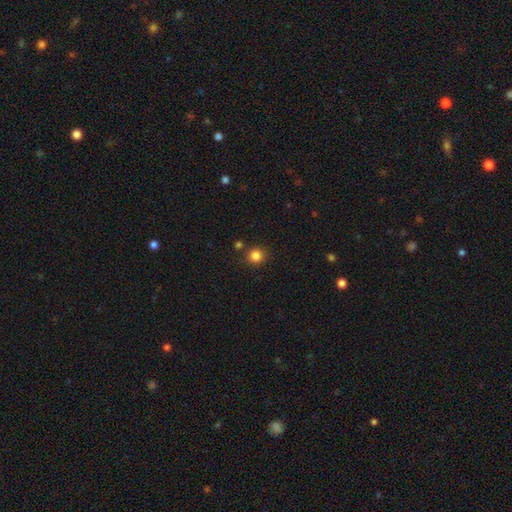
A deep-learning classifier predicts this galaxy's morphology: Overall: smooth (84%). How rounded: round (92%). Merging: none (85%).